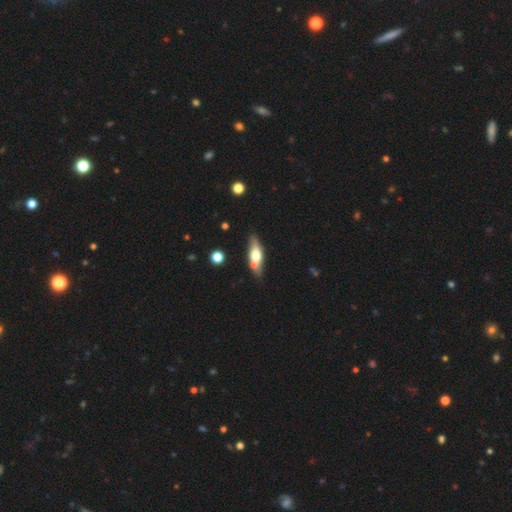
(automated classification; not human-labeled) Morphology: type=featured or disk (50%); edge-on=yes (84%); merging=none (74%).